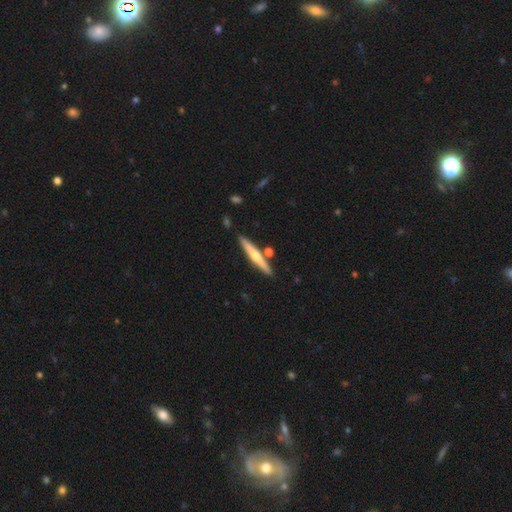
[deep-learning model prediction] The model was most divided on "smooth or featured": featured or disk: 50%, smooth: 45%, star or artifact: 5%. More confident: edge-on disk — yes (96%); merging — none (83%).